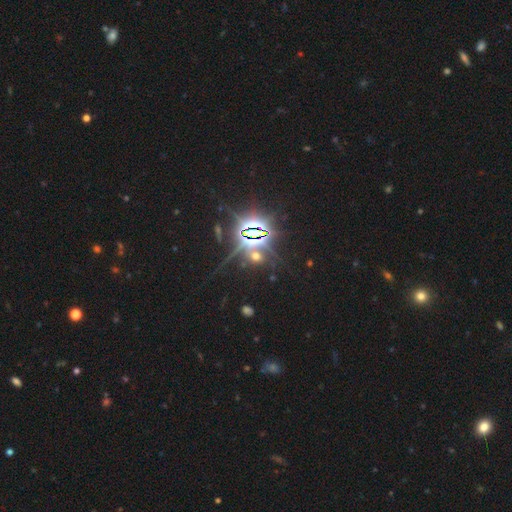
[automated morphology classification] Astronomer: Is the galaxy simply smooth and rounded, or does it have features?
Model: star or artifact — 72%.